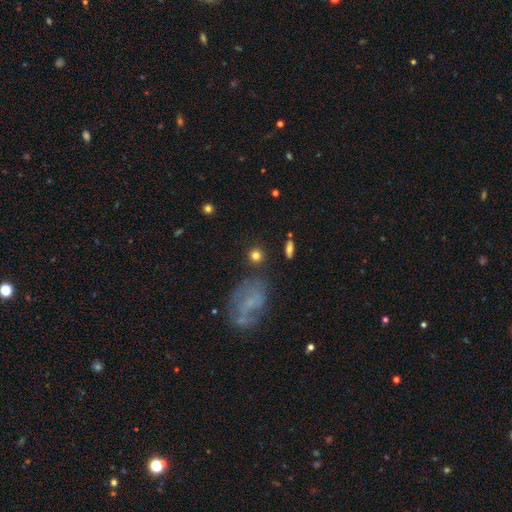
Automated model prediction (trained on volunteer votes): Smooth or featured? smooth (79%)
How rounded? round (89%)
Merging? none (83%)